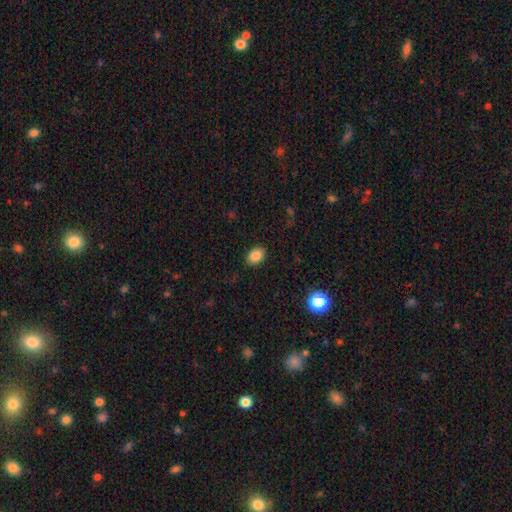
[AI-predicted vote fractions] A smooth galaxy with no disk features (85%) that is in between round and cigar-shaped (77%). Merging: none (88%).